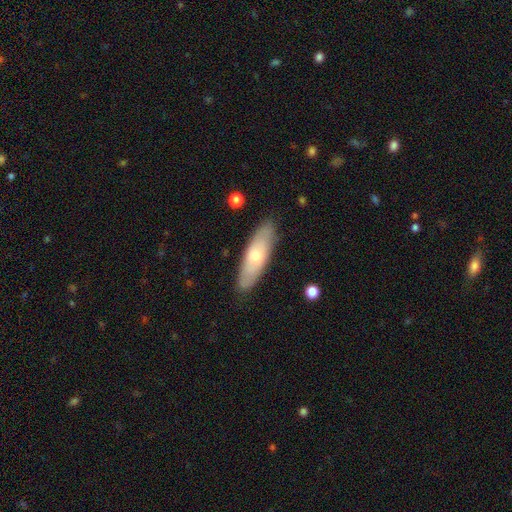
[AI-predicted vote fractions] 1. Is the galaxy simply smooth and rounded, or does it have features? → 56% smooth, 39% featured or disk, 6% star or artifact.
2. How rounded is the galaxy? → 50% cigar-shaped, 48% in between, 2% round.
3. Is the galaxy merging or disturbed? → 86% none, 11% minor disturbance, 2% major disturbance, 1% merger.